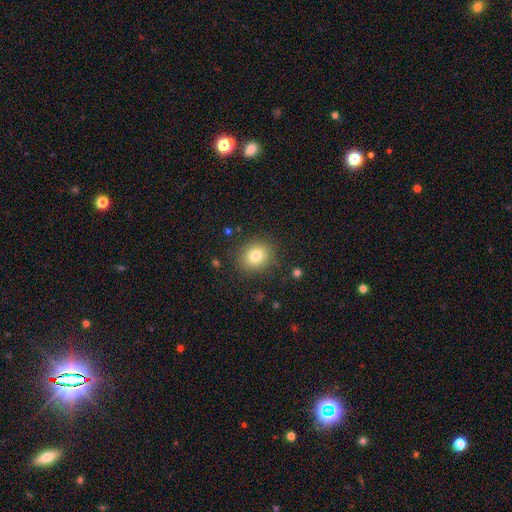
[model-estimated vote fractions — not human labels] smooth 79%, star or artifact 11%, featured or disk 10%. Down the decision tree: how rounded — round (65%); merging — none (84%).